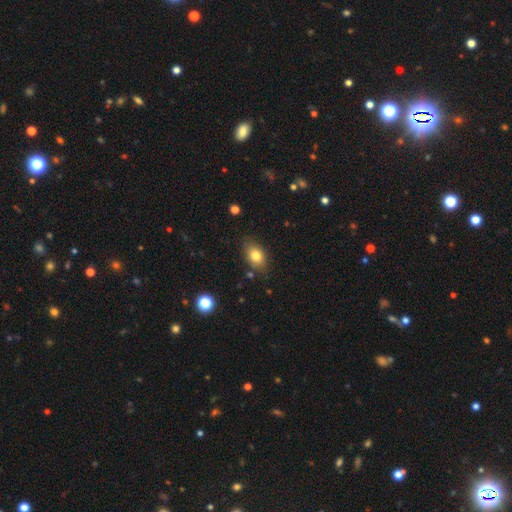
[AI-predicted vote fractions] Morphology: type=smooth (80%); roundness=in between (76%); merging=none (78%).